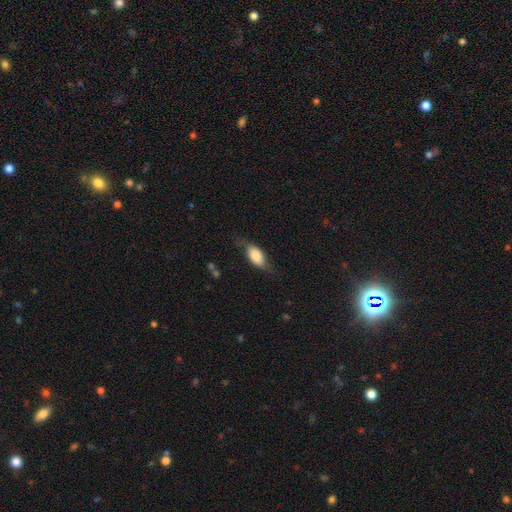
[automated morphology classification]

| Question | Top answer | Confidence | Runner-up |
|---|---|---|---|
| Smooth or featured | smooth | 64% | featured or disk (29%) |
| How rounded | in between | 84% | cigar-shaped (10%) |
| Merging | none | 58% | minor disturbance (28%) |